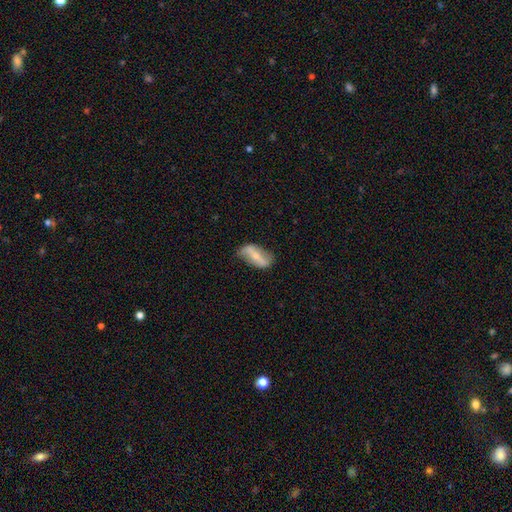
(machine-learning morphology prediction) Smooth or featured?
  - featured or disk: 58% *
  - smooth: 35%
  - star or artifact: 7%
Edge-on disk?
  - no: 83% *
  - yes: 17%
Merging?
  - none: 70% *
  - minor disturbance: 22%
  - major disturbance: 7%
  - merger: 2%